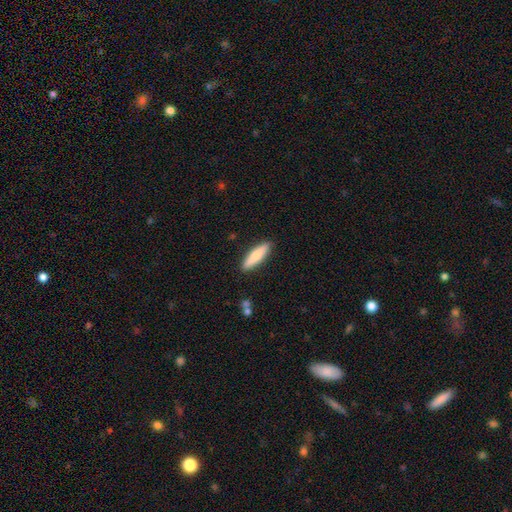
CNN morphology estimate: Overall: smooth (69%). How rounded: cigar-shaped (71%). Merging: none (89%).